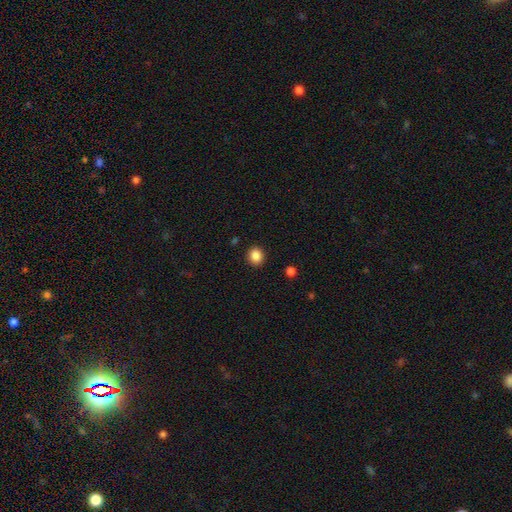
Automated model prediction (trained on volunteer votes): This is clearly a smooth galaxy (87%). How rounded: likely round (76%). Merging: clearly none (91%).